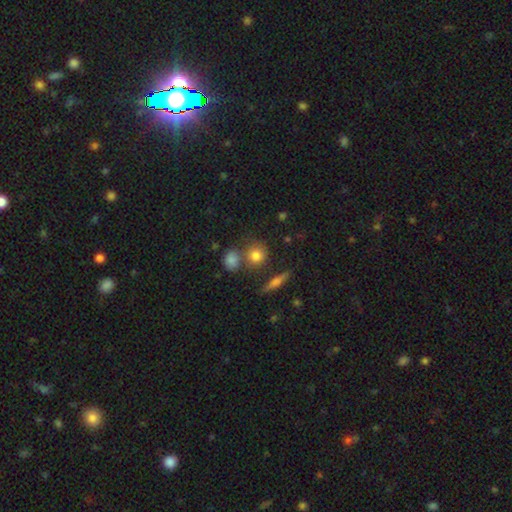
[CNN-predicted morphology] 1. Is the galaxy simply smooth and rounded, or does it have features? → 78% smooth, 11% featured or disk, 11% star or artifact.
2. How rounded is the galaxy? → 81% round, 16% in between, 3% cigar-shaped.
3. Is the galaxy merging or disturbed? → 63% none, 21% merger, 11% minor disturbance, 4% major disturbance.